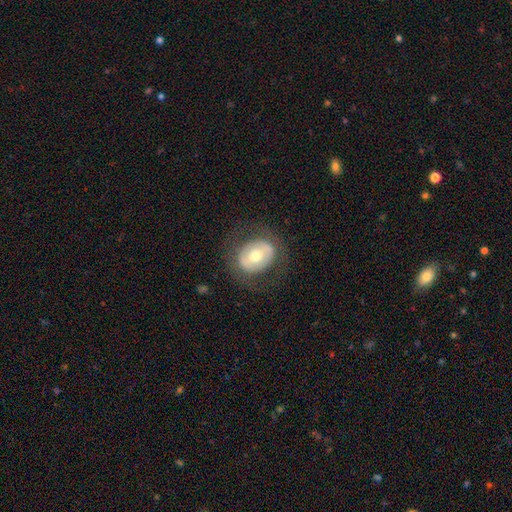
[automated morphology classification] Smooth or featured?
  - smooth: 47% *
  - featured or disk: 46%
  - star or artifact: 7%
Merging?
  - none: 76% *
  - minor disturbance: 13%
  - major disturbance: 10%
  - merger: 1%